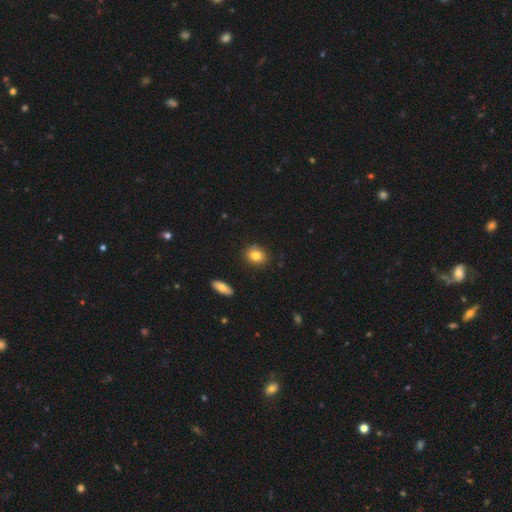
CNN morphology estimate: smooth 82%, featured or disk 9%, star or artifact 9%. Down the decision tree: how rounded — in between (52%); merging — none (84%).